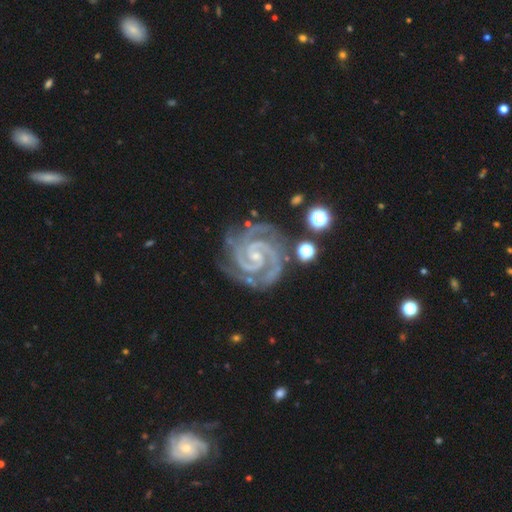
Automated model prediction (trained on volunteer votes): Smooth or featured: featured or disk — 94% (star or artifact — 4%)
Edge-on disk: no — 98% (yes — 2%)
Bar: no — 46% (weak — 35%)
Spiral arms: yes — 99% (no — 1%)
Spiral winding: tight — 73% (medium — 25%)
Spiral arm count: 2 — 76% (3 — 14%)
Bulge size: small — 78% (moderate — 14%)
Merging: none — 74% (minor disturbance — 18%)